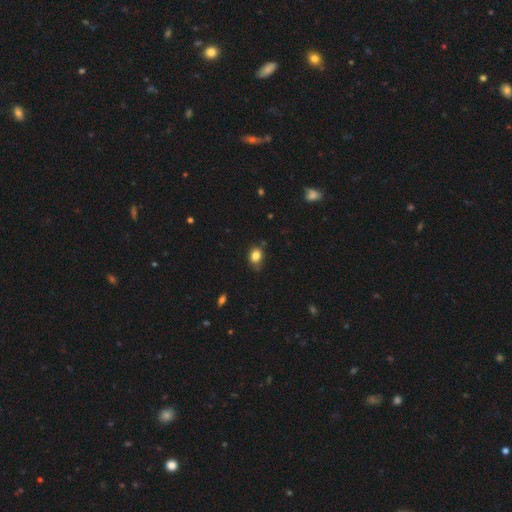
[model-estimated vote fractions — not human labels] Smooth or featured? Predicted: smooth (p=0.83). How rounded? Predicted: in between (p=0.60). Merging? Predicted: none (p=0.63).